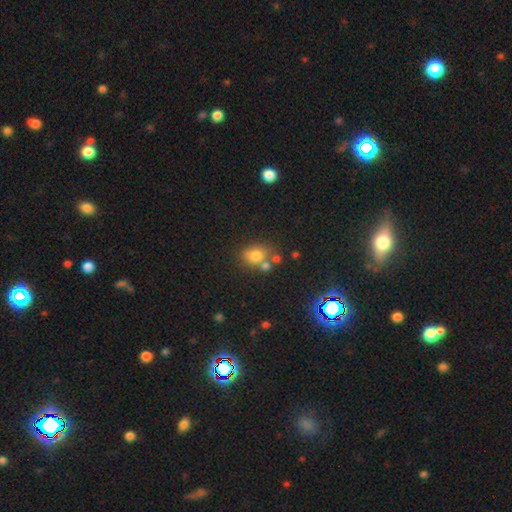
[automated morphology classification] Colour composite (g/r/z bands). It shows a smooth galaxy with no disk features (74%) that is round (50%). Merging: none (58%).